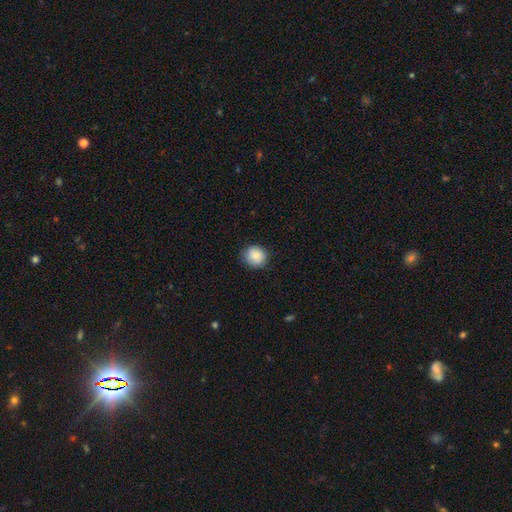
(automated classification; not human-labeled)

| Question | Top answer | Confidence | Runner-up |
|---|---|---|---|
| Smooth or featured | smooth | 87% | star or artifact (8%) |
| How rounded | round | 86% | in between (13%) |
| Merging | none | 84% | minor disturbance (13%) |